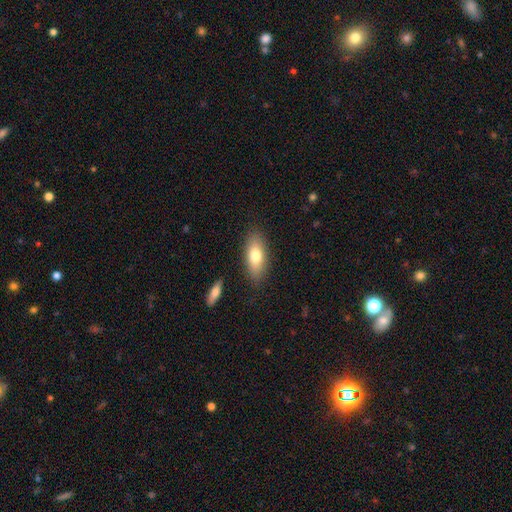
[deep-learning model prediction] smooth-or-featured: smooth: 75% | featured or disk: 19% | star or artifact: 7%
  how-rounded: in between: 79% | cigar-shaped: 18% | round: 3%
  merging: none: 84% | minor disturbance: 11% | major disturbance: 3% | merger: 2%